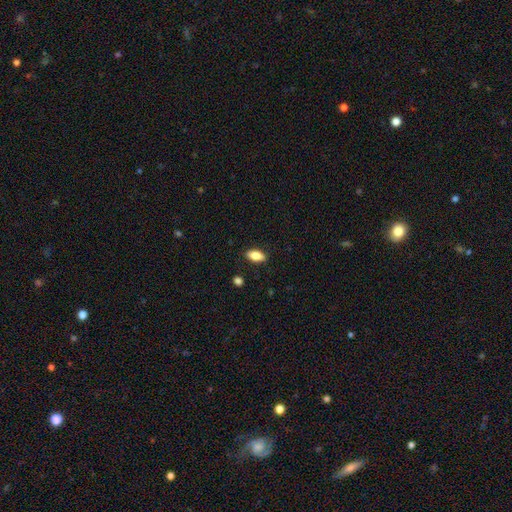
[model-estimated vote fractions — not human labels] This appears to be a smooth galaxy with no disk features (81%) that is in between round and cigar-shaped (88%). Merging: none (87%).